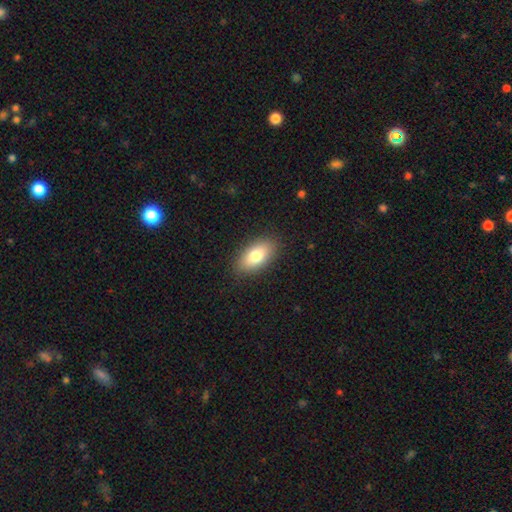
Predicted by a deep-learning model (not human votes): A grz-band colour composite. It shows a smooth galaxy with no disk features (79%) that is in between round and cigar-shaped (90%). Merging: none (88%).